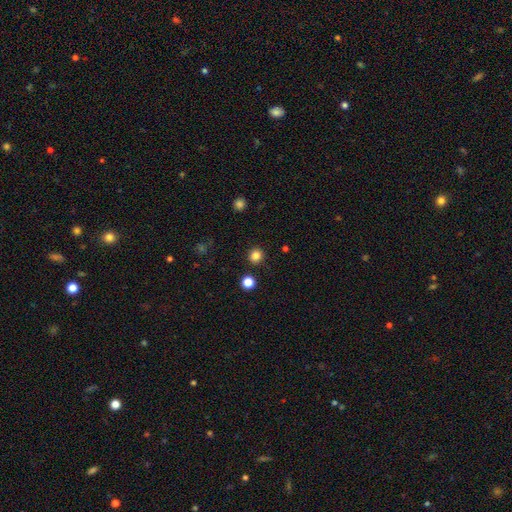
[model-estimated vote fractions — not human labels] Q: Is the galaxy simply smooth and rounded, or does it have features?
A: smooth — 83%.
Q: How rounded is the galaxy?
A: round — 93%.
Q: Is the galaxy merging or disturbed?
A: none — 91%.